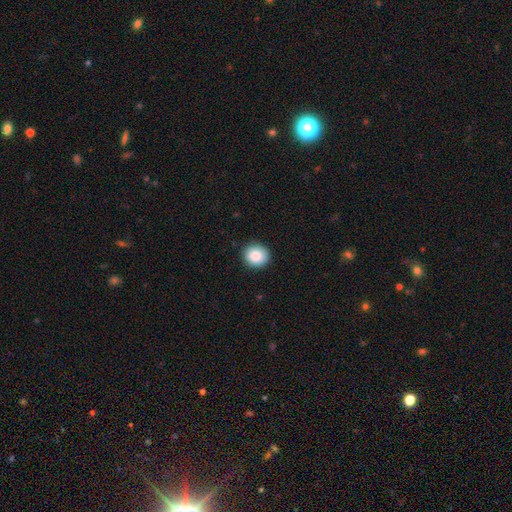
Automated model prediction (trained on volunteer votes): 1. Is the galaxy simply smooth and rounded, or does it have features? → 88% smooth, 8% star or artifact, 4% featured or disk.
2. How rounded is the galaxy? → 87% round, 12% in between, 1% cigar-shaped.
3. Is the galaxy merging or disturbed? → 89% none, 8% minor disturbance, 2% major disturbance, 1% merger.